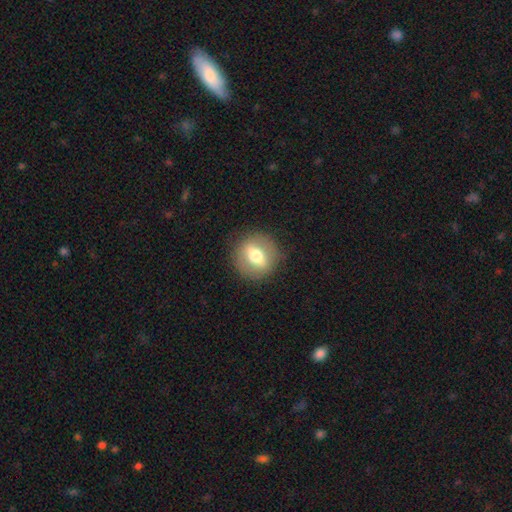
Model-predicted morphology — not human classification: Q: Smooth or featured?
A: smooth (55%); runner-up: featured or disk (37%)
Q: How rounded?
A: round (80%); runner-up: in between (18%)
Q: Merging?
A: none (86%); runner-up: minor disturbance (9%)